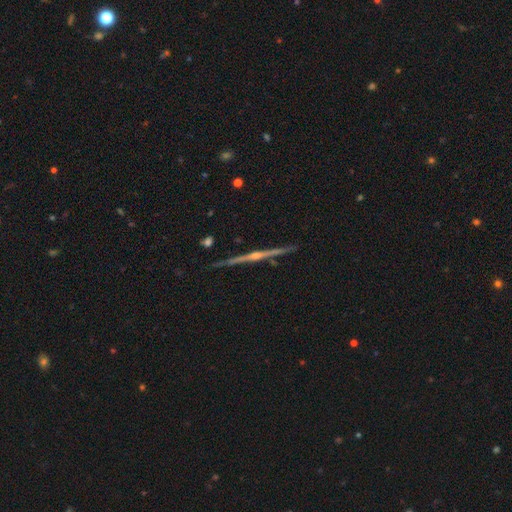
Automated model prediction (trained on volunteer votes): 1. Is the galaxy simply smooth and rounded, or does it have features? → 87% featured or disk, 7% smooth, 6% star or artifact.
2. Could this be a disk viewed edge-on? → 99% yes, 1% no.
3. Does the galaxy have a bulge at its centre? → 85% rounded, 9% none, 6% boxy.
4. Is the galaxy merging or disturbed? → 91% none, 6% minor disturbance, 1% merger, 1% major disturbance.